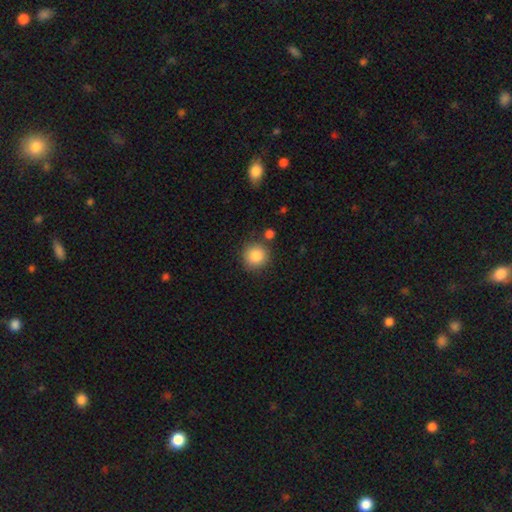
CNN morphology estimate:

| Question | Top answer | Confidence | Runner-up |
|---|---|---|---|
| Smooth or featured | smooth | 86% | star or artifact (9%) |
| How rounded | round | 93% | in between (6%) |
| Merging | none | 82% | minor disturbance (9%) |